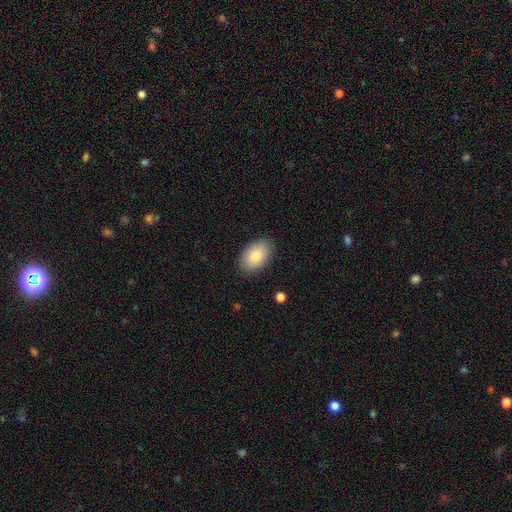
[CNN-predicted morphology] smooth-or-featured: smooth: 84% | featured or disk: 10% | star or artifact: 6%
  how-rounded: in between: 92% | round: 7% | cigar-shaped: 1%
  merging: none: 87% | minor disturbance: 10% | major disturbance: 2% | merger: 1%